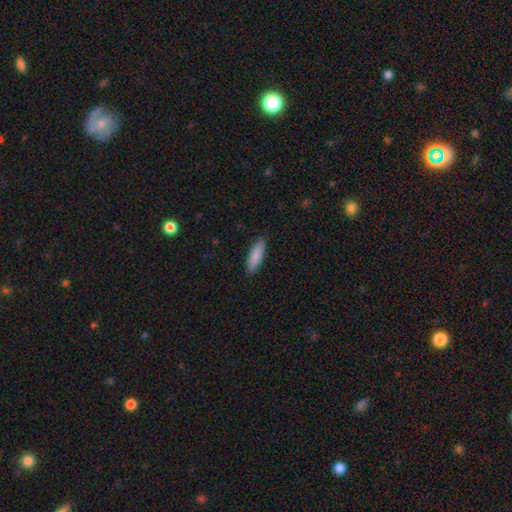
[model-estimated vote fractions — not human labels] smooth-or-featured: smooth: 88% | featured or disk: 6% | star or artifact: 6%
  how-rounded: cigar-shaped: 57% | in between: 41% | round: 1%
  merging: none: 89% | minor disturbance: 8% | major disturbance: 2% | merger: 1%